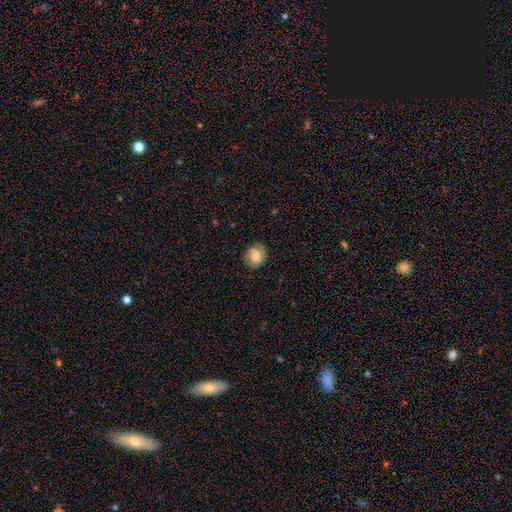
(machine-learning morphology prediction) A smooth galaxy with no disk features (73%) that is round (67%).

Vote fractions:
- Smooth or featured? smooth: 73% / featured or disk: 18% / star or artifact: 8%
- How rounded? round: 67% / in between: 32% / cigar-shaped: 1%
- Merging? none: 74% / minor disturbance: 20% / major disturbance: 5% / merger: 1%